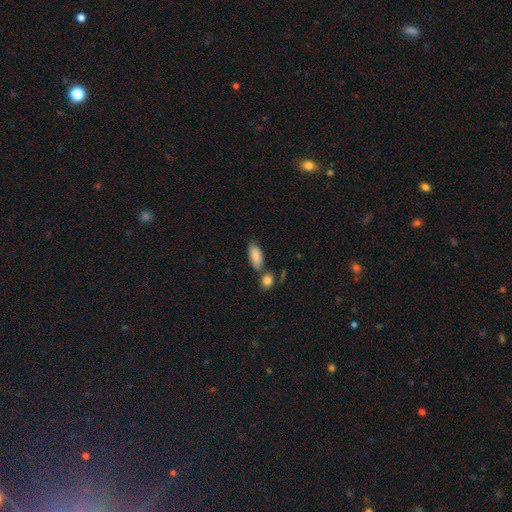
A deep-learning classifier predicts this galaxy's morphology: Smooth or featured? smooth (85%)
How rounded? in between (85%)
Merging? none (59%)